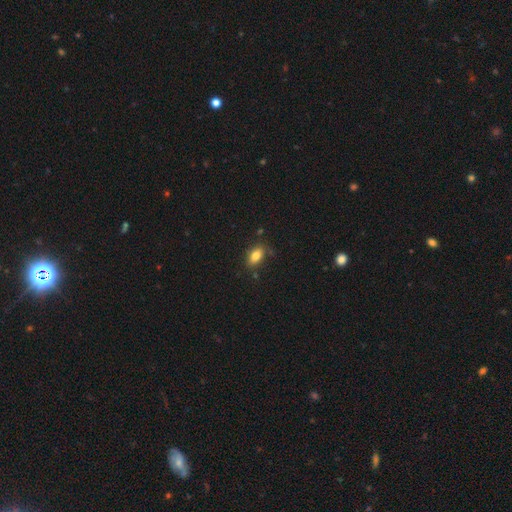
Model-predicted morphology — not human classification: Overall: smooth (82%). How rounded: in between (88%). Merging: none (78%).